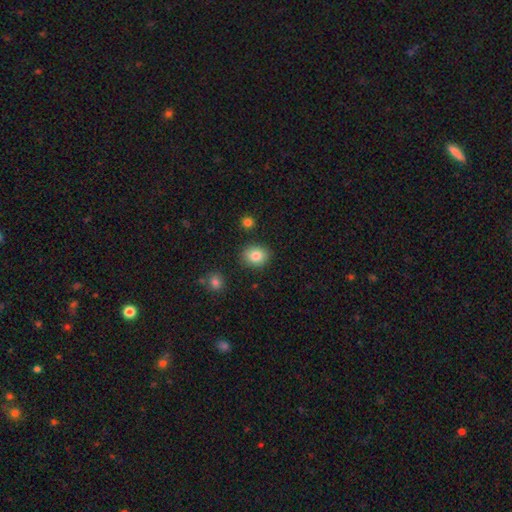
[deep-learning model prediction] smooth_or_featured: smooth (p=0.84) [alt: star or artifact p=0.09]
how_rounded: round (p=0.65) [alt: in between p=0.34]
merging: none (p=0.87) [alt: minor disturbance p=0.09]